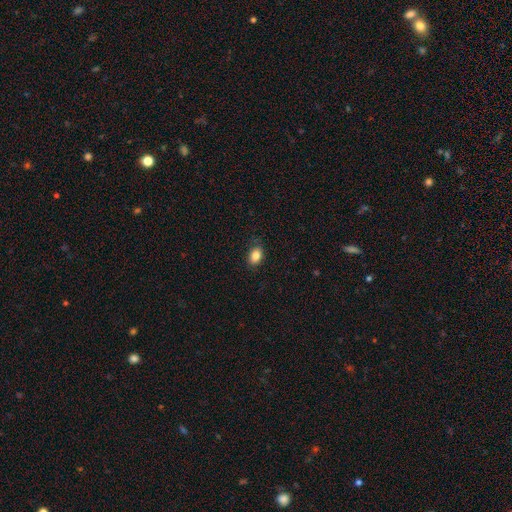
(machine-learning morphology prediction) This appears to be a smooth galaxy with no disk features (85%) that is in between round and cigar-shaped (82%). Merging: none (84%).